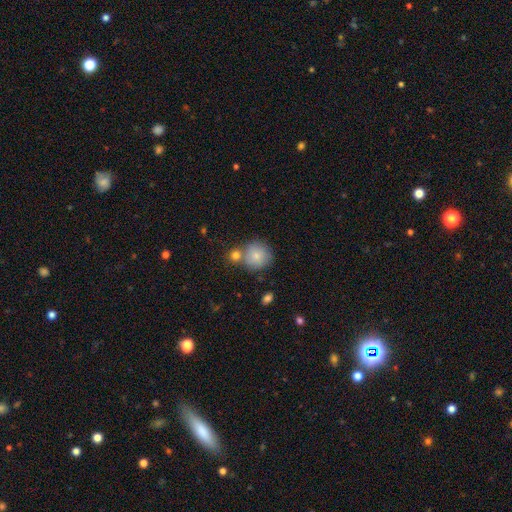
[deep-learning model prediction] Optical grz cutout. It shows a smooth galaxy with no disk features (81%) that is round (90%). Merging: none (60%).